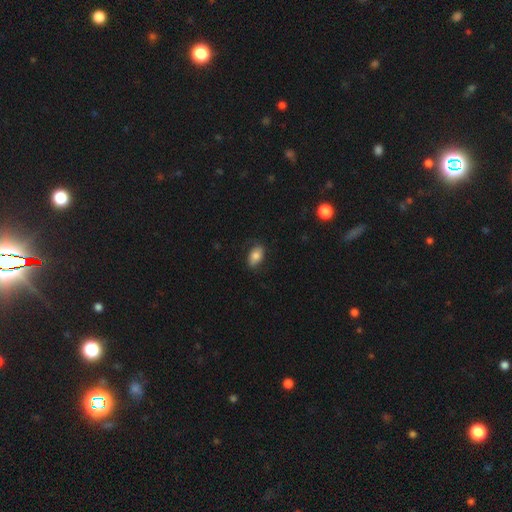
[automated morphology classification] smooth_or_featured: smooth (p=0.80) [alt: featured or disk p=0.13]
how_rounded: in between (p=0.90) [alt: round p=0.07]
merging: none (p=0.76) [alt: minor disturbance p=0.18]